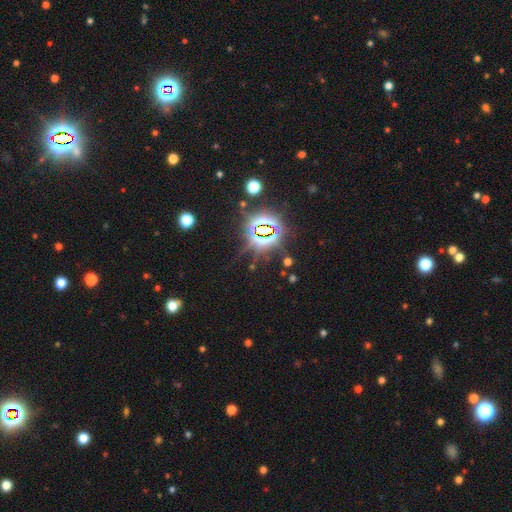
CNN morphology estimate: star or artifact 84%, smooth 9%, featured or disk 7%.